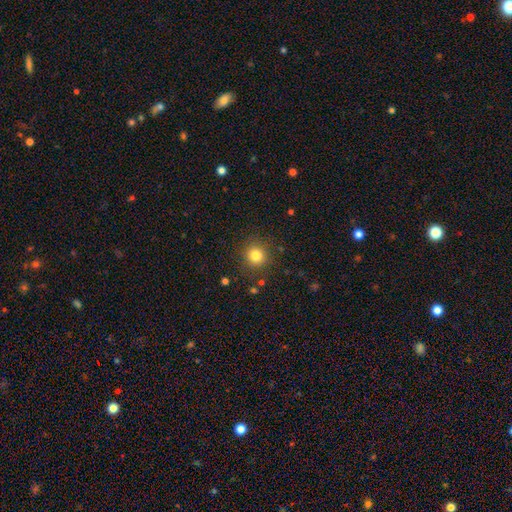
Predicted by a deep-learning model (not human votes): This appears to be a smooth galaxy with no disk features (81%) that is round (93%). Merging: none (88%).